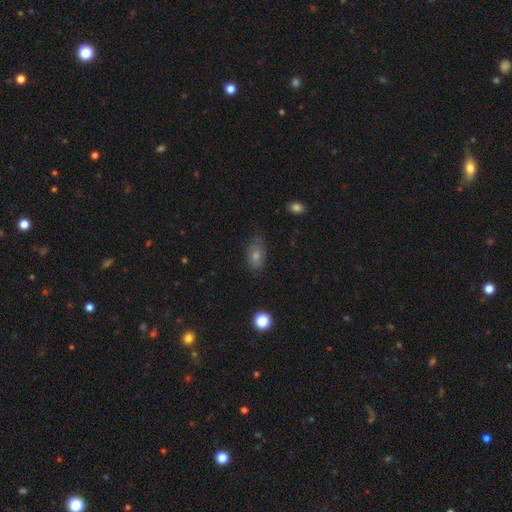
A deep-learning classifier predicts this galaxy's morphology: smooth-or-featured: smooth: 58% | featured or disk: 24% | star or artifact: 18%
  how-rounded: in between: 83% | round: 13% | cigar-shaped: 4%
  merging: none: 72% | minor disturbance: 21% | major disturbance: 5% | merger: 1%